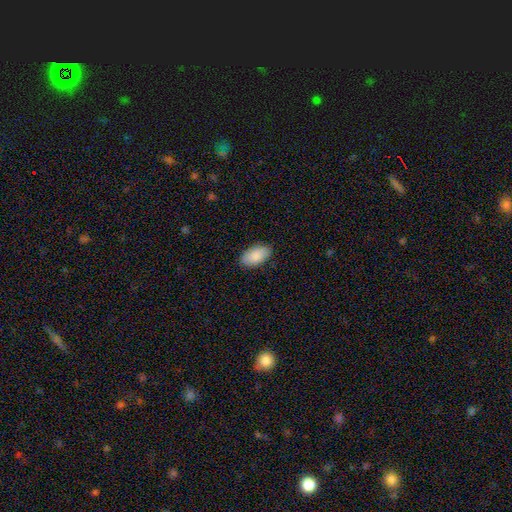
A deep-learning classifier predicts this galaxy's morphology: smooth 88%, featured or disk 6%, star or artifact 6%. Down the decision tree: how rounded — in between (95%); merging — none (86%).